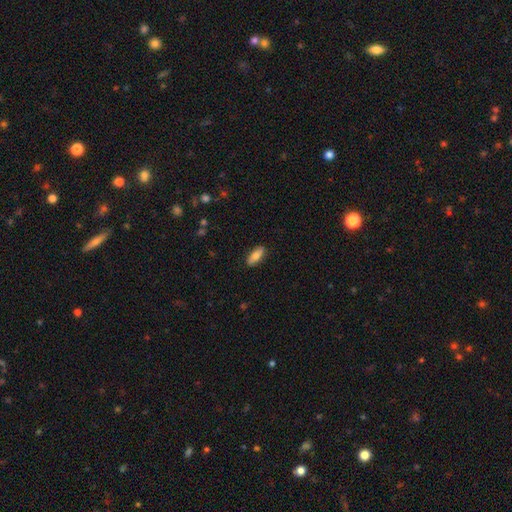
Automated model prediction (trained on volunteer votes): Smooth or featured: smooth — 75% (featured or disk — 18%)
How rounded: in between — 75% (cigar-shaped — 23%)
Merging: none — 88% (minor disturbance — 9%)